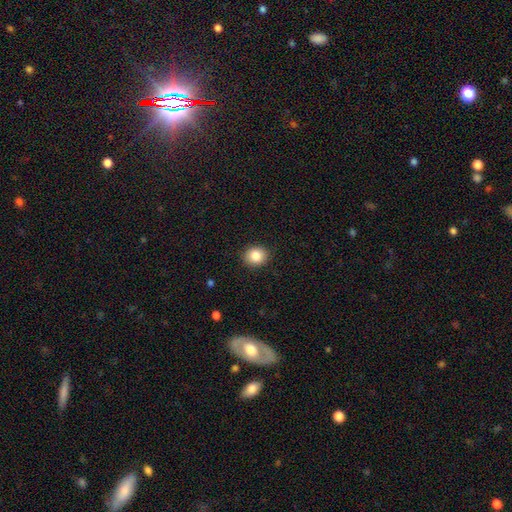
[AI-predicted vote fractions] Overall: smooth (85%). How rounded: round (73%). Merging: none (90%).